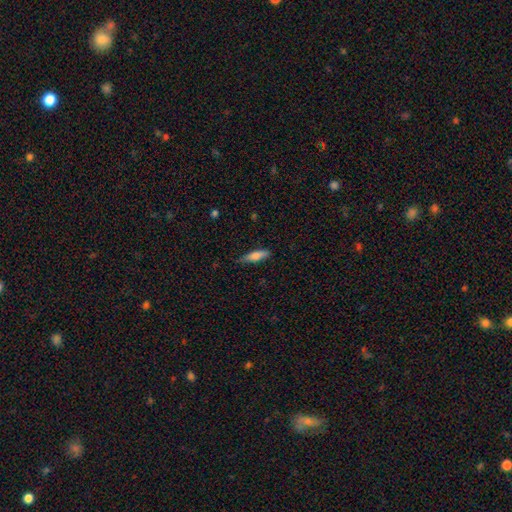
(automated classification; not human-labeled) Smooth or featured?
  - smooth: 72% *
  - featured or disk: 22%
  - star or artifact: 6%
How rounded?
  - cigar-shaped: 66% *
  - in between: 32%
  - round: 2%
Merging?
  - none: 81% *
  - minor disturbance: 15%
  - major disturbance: 3%
  - merger: 1%